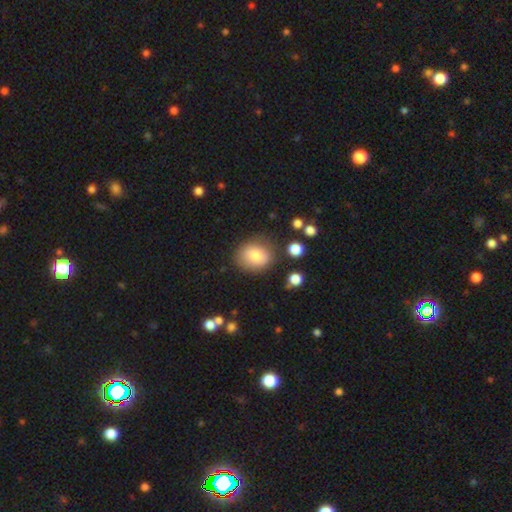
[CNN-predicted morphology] smooth-or-featured: smooth: 79% | featured or disk: 12% | star or artifact: 9%
  how-rounded: round: 58% | in between: 41% | cigar-shaped: 1%
  merging: none: 77% | minor disturbance: 15% | major disturbance: 5% | merger: 3%